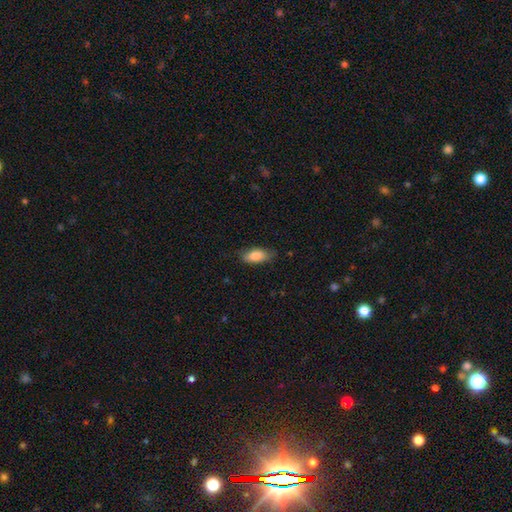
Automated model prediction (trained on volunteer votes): Q: Smooth or featured?
A: smooth (82%); runner-up: featured or disk (11%)
Q: How rounded?
A: in between (86%); runner-up: cigar-shaped (11%)
Q: Merging?
A: none (78%); runner-up: minor disturbance (18%)